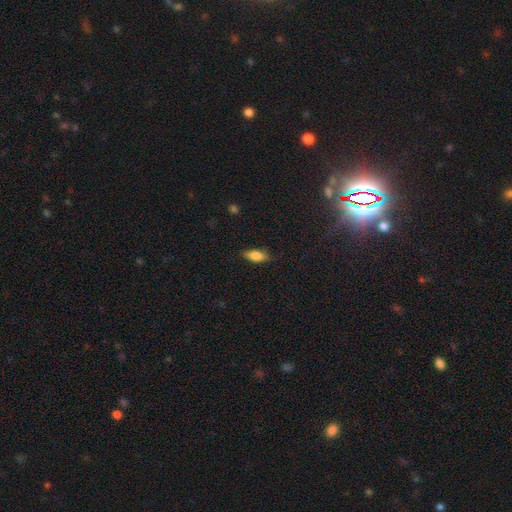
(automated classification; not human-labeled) Overall: smooth (75%). How rounded: in between (75%). Merging: none (80%).